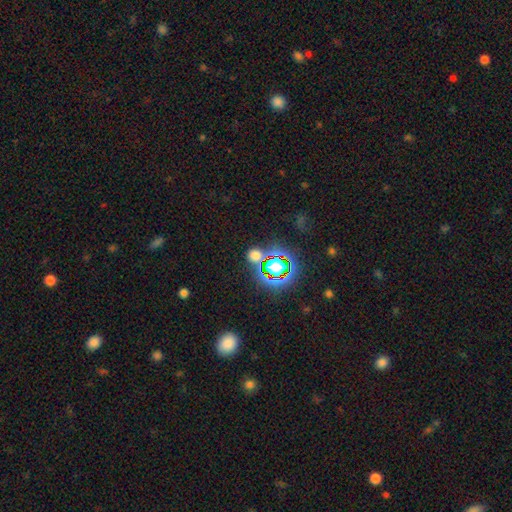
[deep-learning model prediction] A smooth galaxy with no disk features (49%).

Vote fractions:
- Smooth or featured? smooth: 49% / star or artifact: 44% / featured or disk: 8%
- Merging? none: 74% / minor disturbance: 11% / merger: 10% / major disturbance: 6%